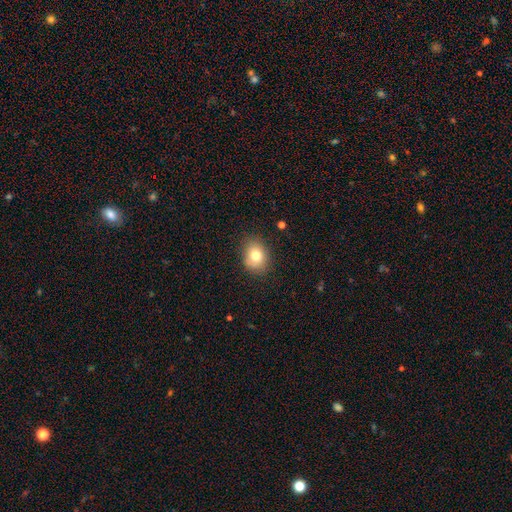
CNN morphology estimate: type=smooth (78%); roundness=in between (55%); merging=none (79%).